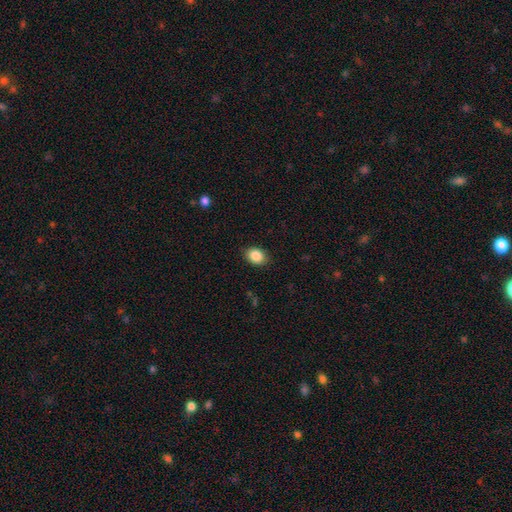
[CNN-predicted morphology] This is clearly a smooth galaxy (87%). How rounded: likely in between (64%). Merging: clearly none (86%).